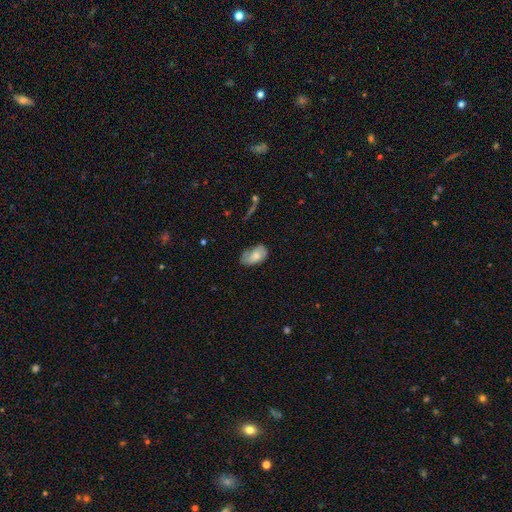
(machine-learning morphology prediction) A smooth galaxy with no disk features (69%) that is in between round and cigar-shaped (92%).

Vote fractions:
- Smooth or featured? smooth: 69% / featured or disk: 24% / star or artifact: 7%
- How rounded? in between: 92% / round: 6% / cigar-shaped: 2%
- Merging? none: 49% / minor disturbance: 35% / major disturbance: 12% / merger: 4%